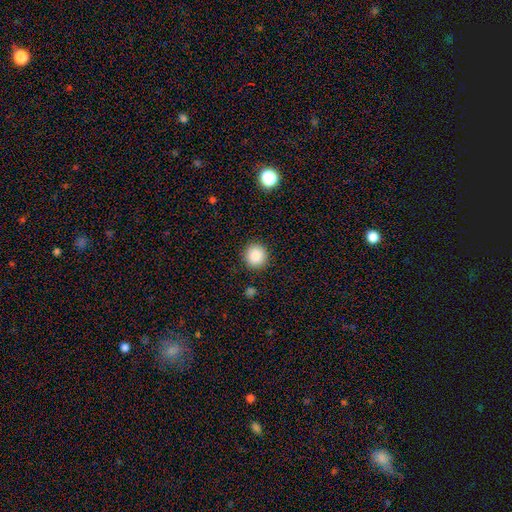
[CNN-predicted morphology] Smooth or featured?
  - smooth: 87% *
  - star or artifact: 9%
  - featured or disk: 3%
How rounded?
  - round: 92% *
  - in between: 7%
  - cigar-shaped: 1%
Merging?
  - none: 90% *
  - minor disturbance: 6%
  - major disturbance: 2%
  - merger: 1%